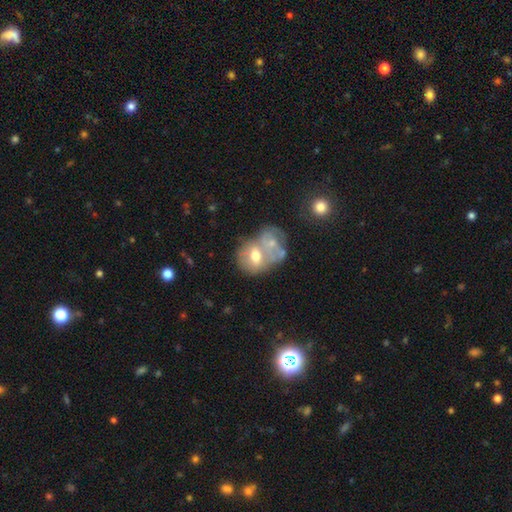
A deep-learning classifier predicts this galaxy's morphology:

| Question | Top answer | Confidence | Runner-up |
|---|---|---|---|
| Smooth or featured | smooth | 48% | featured or disk (43%) |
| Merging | merger | 57% | none (20%) |